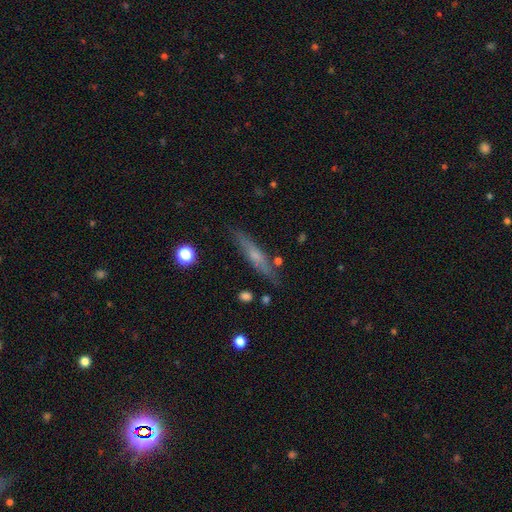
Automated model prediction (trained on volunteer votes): featured or disk 49%, smooth 44%, star or artifact 8%. Down the decision tree: merging — none (82%).